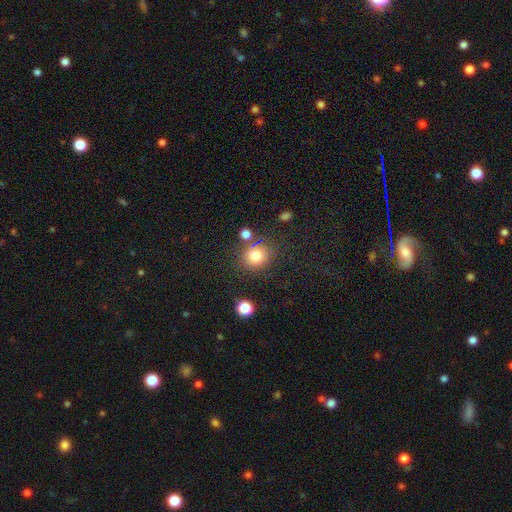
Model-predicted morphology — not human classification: Smooth or featured?
  - smooth: 81% *
  - star or artifact: 13%
  - featured or disk: 7%
How rounded?
  - round: 82% *
  - in between: 17%
  - cigar-shaped: 1%
Merging?
  - none: 76% *
  - minor disturbance: 11%
  - merger: 9%
  - major disturbance: 4%